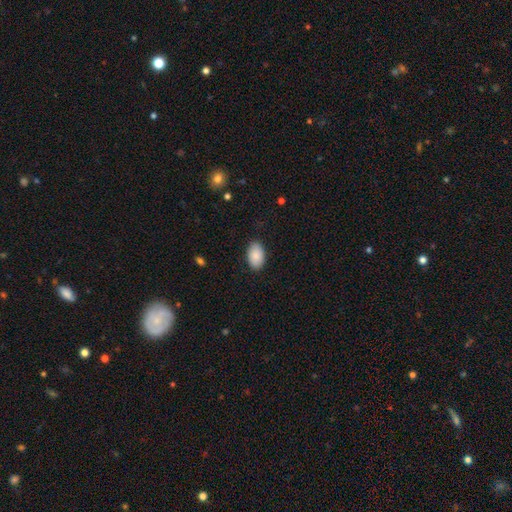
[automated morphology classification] A smooth galaxy with no disk features (89%) that is in between round and cigar-shaped (92%). Merging: none (88%).